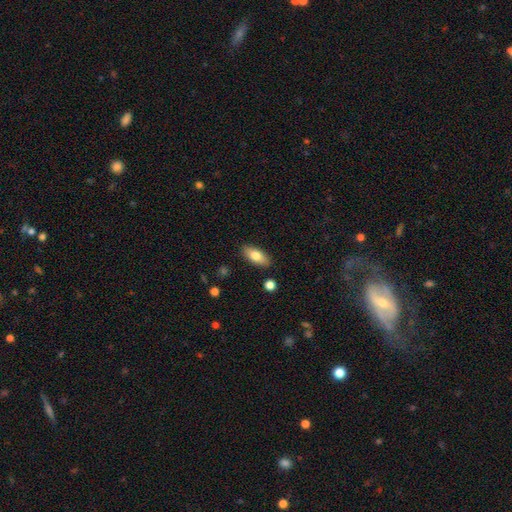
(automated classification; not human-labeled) A smooth galaxy with no disk features (78%) that is in between round and cigar-shaped (85%).

Vote fractions:
- Smooth or featured? smooth: 78% / featured or disk: 15% / star or artifact: 7%
- How rounded? in between: 85% / cigar-shaped: 12% / round: 3%
- Merging? none: 87% / minor disturbance: 9% / major disturbance: 2% / merger: 2%